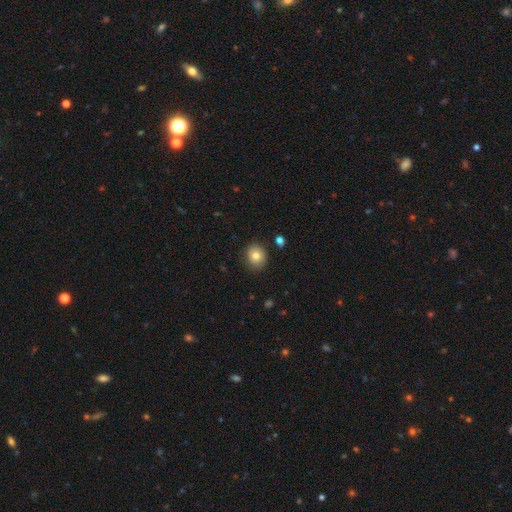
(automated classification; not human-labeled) Morphology: type=smooth (78%); roundness=round (72%); merging=none (87%).